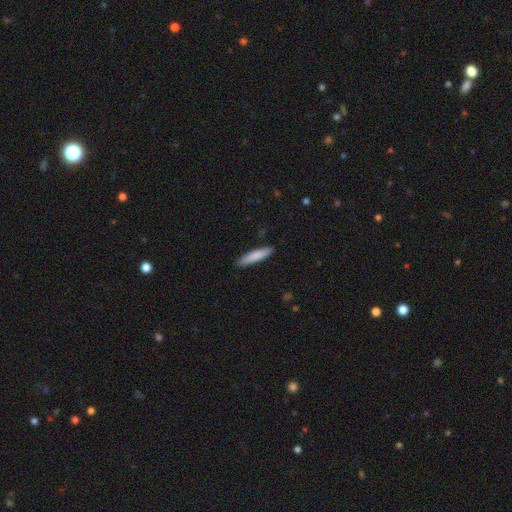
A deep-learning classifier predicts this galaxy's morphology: smooth_or_featured: smooth (p=0.82) [alt: featured or disk p=0.13]
how_rounded: cigar-shaped (p=0.85) [alt: in between p=0.14]
merging: none (p=0.89) [alt: minor disturbance p=0.08]